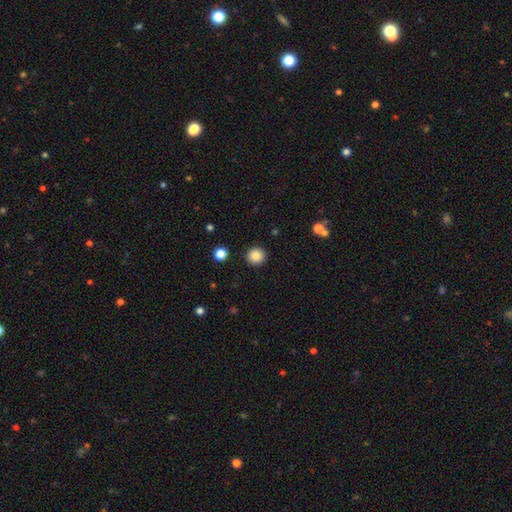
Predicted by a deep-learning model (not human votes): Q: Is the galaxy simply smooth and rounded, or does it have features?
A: smooth — 86%.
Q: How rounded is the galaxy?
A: round — 94%.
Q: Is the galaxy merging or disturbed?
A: none — 93%.